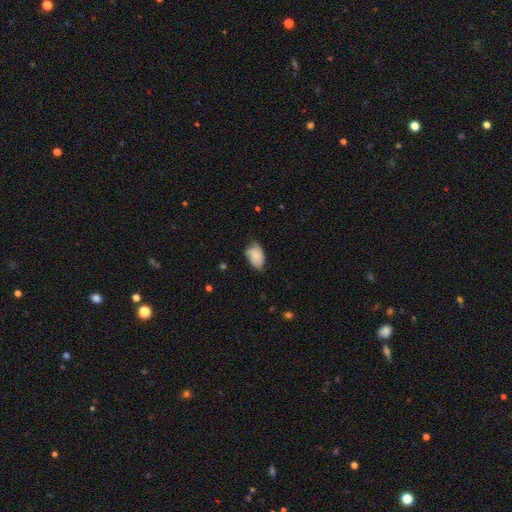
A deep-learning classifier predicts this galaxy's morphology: smooth 71%, featured or disk 21%, star or artifact 7%. Down the decision tree: how rounded — in between (89%); merging — none (53%).